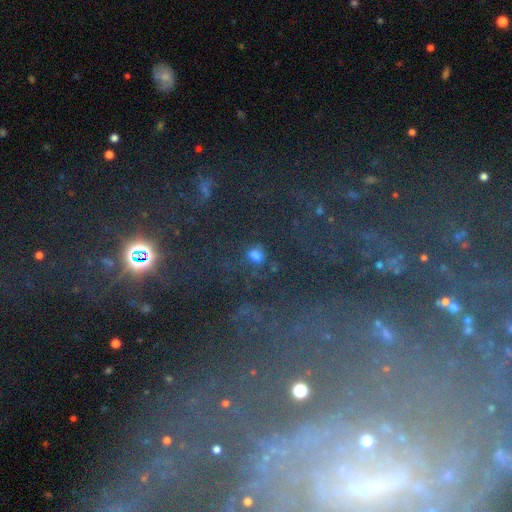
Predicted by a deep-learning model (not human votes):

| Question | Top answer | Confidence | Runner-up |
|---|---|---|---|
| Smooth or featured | smooth | 50% | star or artifact (36%) |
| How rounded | round | 58% | in between (38%) |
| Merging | none | 59% | minor disturbance (16%) |